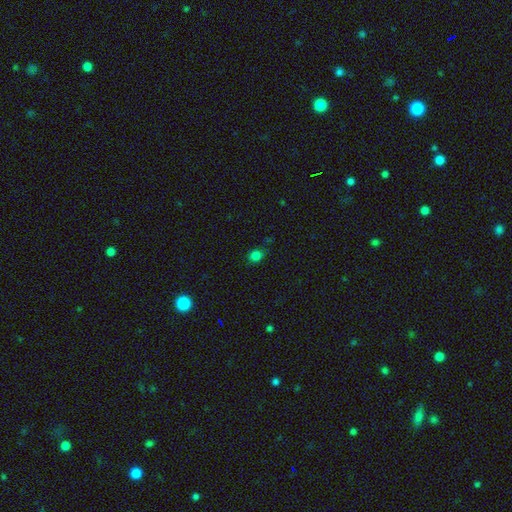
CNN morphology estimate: smooth_or_featured: smooth (p=0.79) [alt: star or artifact p=0.17]
how_rounded: round (p=0.64) [alt: in between p=0.35]
merging: none (p=0.79) [alt: minor disturbance p=0.15]